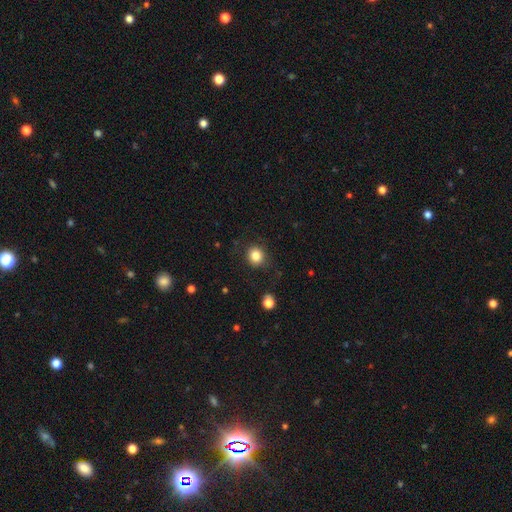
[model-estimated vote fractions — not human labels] This is clearly a smooth galaxy (83%). How rounded: clearly round (84%). Merging: clearly none (85%).